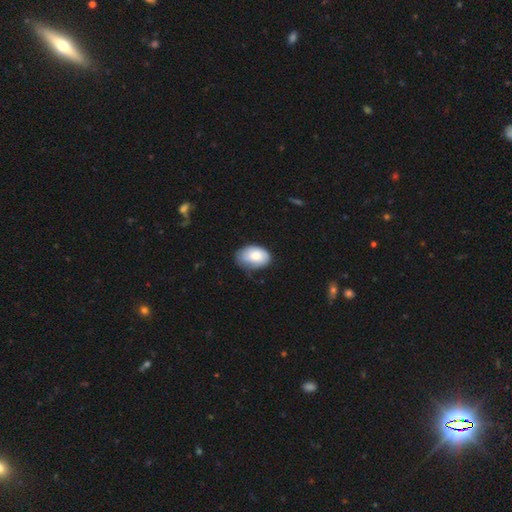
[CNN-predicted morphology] Smooth or featured? Predicted: smooth (p=0.76). How rounded? Predicted: in between (p=0.87). Merging? Predicted: none (p=0.58).